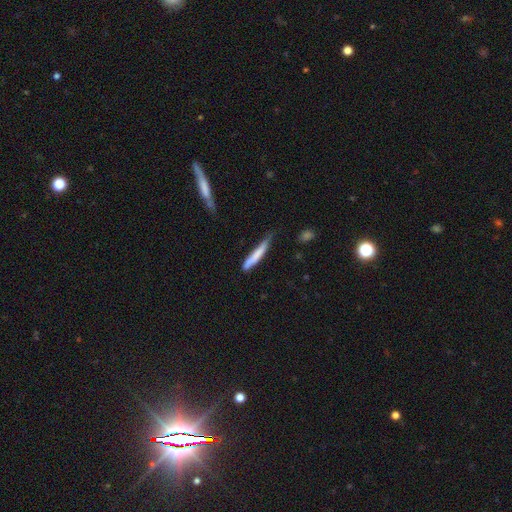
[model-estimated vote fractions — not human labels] Overall: smooth (73%). How rounded: cigar-shaped (94%). Merging: none (55%; minor disturbance 34%).